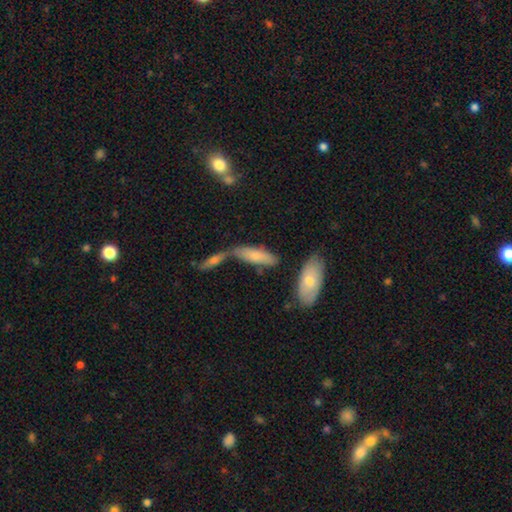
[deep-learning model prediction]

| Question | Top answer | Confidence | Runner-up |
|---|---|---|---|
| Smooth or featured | smooth | 69% | featured or disk (23%) |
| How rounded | in between | 56% | cigar-shaped (42%) |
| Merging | none | 43% | merger (36%) |